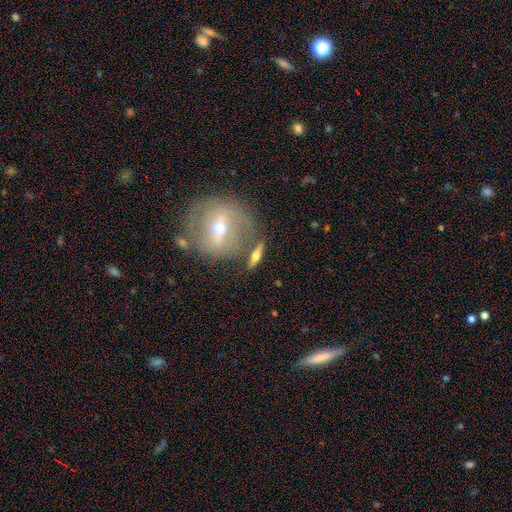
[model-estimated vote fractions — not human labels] This is possibly a featured or disk galaxy (55%). It is clearly viewed edge-on (80%). Merging: likely none (74%).